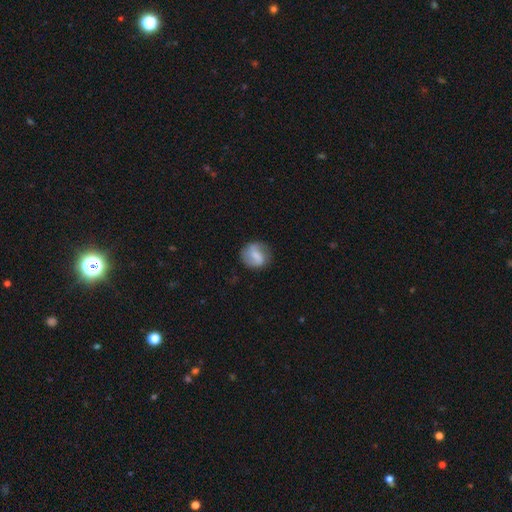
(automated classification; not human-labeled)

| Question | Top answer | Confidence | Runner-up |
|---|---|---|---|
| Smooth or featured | smooth | 49% | featured or disk (43%) |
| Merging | none | 71% | minor disturbance (19%) |